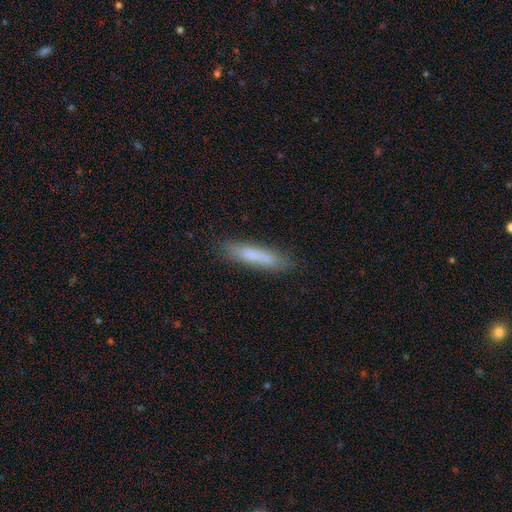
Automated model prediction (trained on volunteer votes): This is likely a smooth galaxy (76%). How rounded: clearly cigar-shaped (87%). Merging: clearly none (83%).